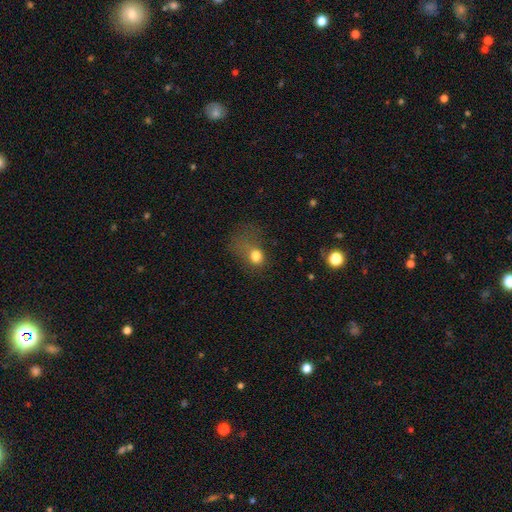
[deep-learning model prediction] Overall: smooth (72%). How rounded: in between (54%; round 44%). Merging: major disturbance (53%; none 21%).